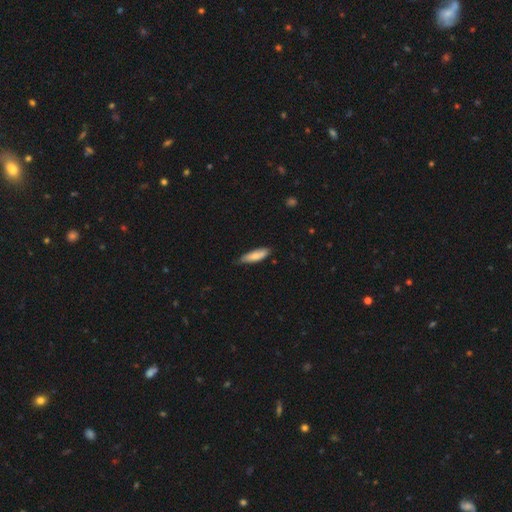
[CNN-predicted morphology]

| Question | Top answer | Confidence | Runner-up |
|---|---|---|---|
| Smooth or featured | smooth | 79% | featured or disk (15%) |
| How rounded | cigar-shaped | 55% | in between (44%) |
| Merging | none | 72% | minor disturbance (24%) |